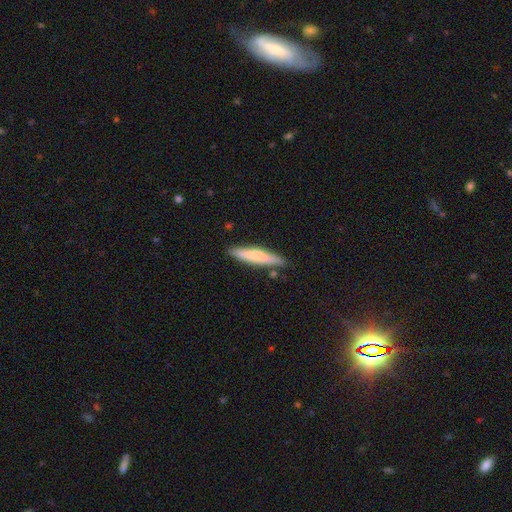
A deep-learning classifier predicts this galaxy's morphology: A smooth galaxy with no disk features (72%) that is cigar-shaped (88%).

Vote fractions:
- Smooth or featured? smooth: 72% / featured or disk: 22% / star or artifact: 5%
- How rounded? cigar-shaped: 88% / in between: 11% / round: 1%
- Merging? none: 82% / minor disturbance: 13% / merger: 3% / major disturbance: 2%